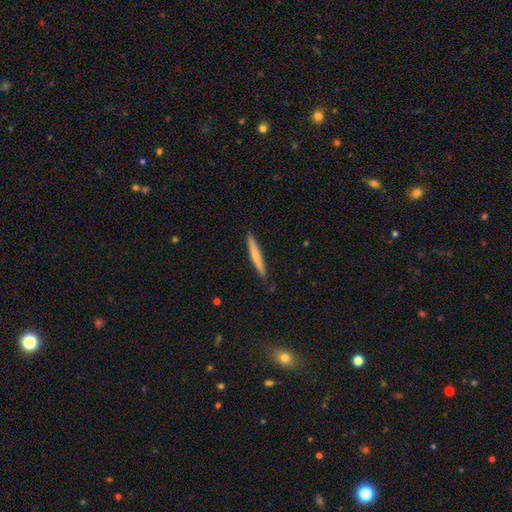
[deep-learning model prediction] Morphology: type=smooth (61%); roundness=cigar-shaped (96%); merging=none (89%).